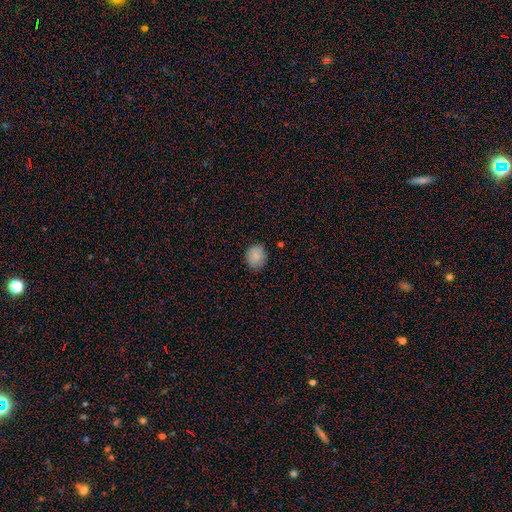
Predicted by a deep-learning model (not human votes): smooth-or-featured: smooth: 85% | star or artifact: 9% | featured or disk: 6%
  how-rounded: round: 65% | in between: 34% | cigar-shaped: 1%
  merging: none: 84% | minor disturbance: 13% | major disturbance: 3% | merger: 1%